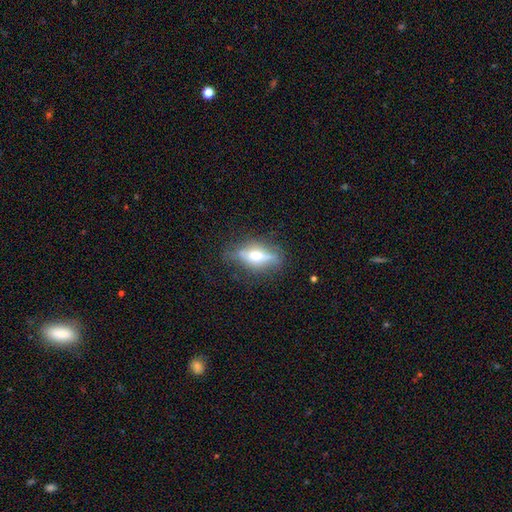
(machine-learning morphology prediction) Smooth or featured? featured or disk (51%)
Edge-on disk? yes (73%)
Merging? none (67%)